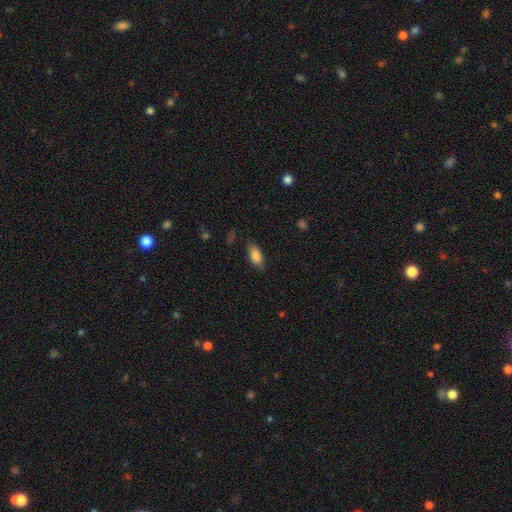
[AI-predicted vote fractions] Morphology: type=smooth (85%); roundness=in between (87%); merging=none (76%).